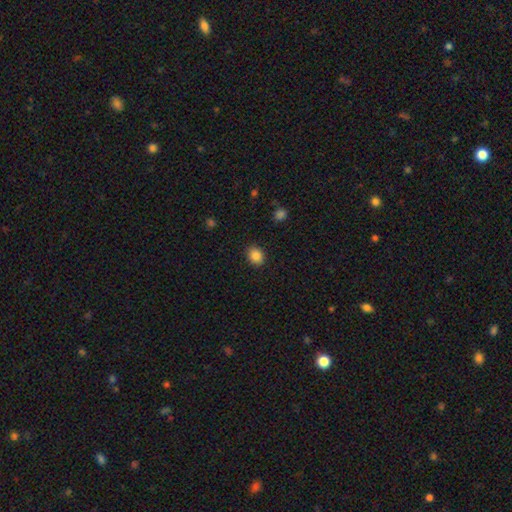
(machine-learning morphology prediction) smooth 86%, star or artifact 10%, featured or disk 4%. Down the decision tree: how rounded — round (52%); merging — none (89%).